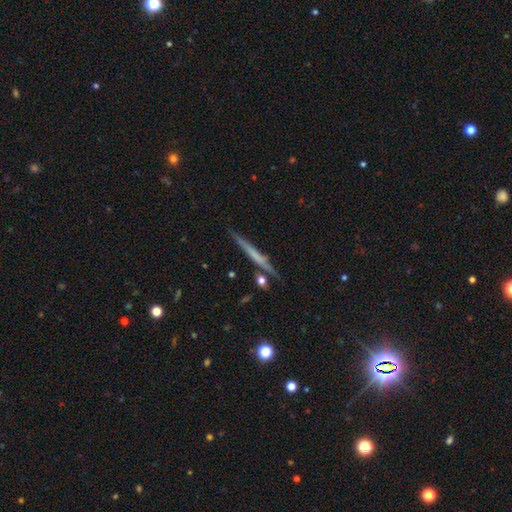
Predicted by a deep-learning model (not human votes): This is possibly a featured or disk galaxy (54%). It is clearly viewed edge-on (96%). Edge-on bulge: clearly none (80%). Merging: clearly none (85%).